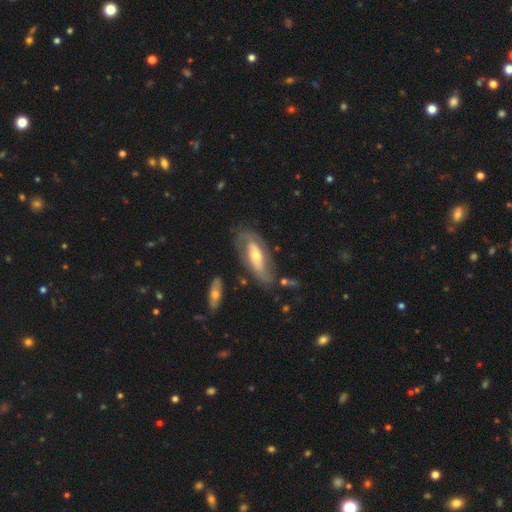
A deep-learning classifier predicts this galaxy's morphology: Smooth or featured: featured or disk — 74% (smooth — 21%)
Edge-on disk: no — 87% (yes — 13%)
Bar: no — 44% (weak — 28%)
Spiral arms: yes — 76% (no — 24%)
Bulge size: moderate — 57% (small — 34%)
Merging: none — 67% (minor disturbance — 19%)